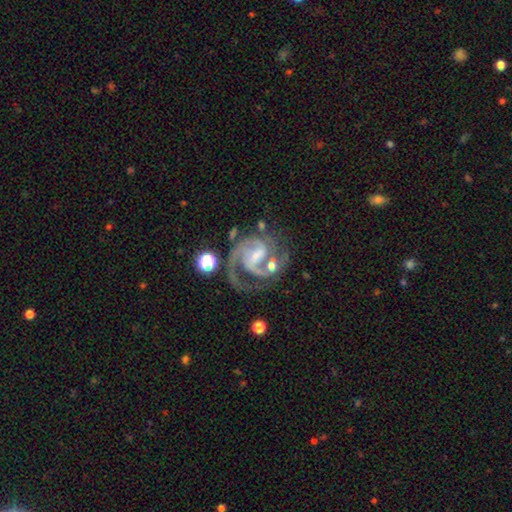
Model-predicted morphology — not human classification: smooth-or-featured: featured or disk: 90% | star or artifact: 6% | smooth: 4%
  disk-edge-on: no: 98% | yes: 2%
    bar: weak: 49% | strong: 33% | no: 18%
    has-spiral-arms: yes: 98% | no: 2%
      spiral-winding: medium: 50% | tight: 42% | loose: 8%
      spiral-arm-count: 2: 61% | 3: 21% | can't tell: 7% | 1: 5% | 4: 3% | more than 4: 3%
    bulge-size: small: 56% | moderate: 26% | none: 14% | large: 3% | dominant: 1%
  merging: none: 53% | major disturbance: 18% | minor disturbance: 18% | merger: 11%